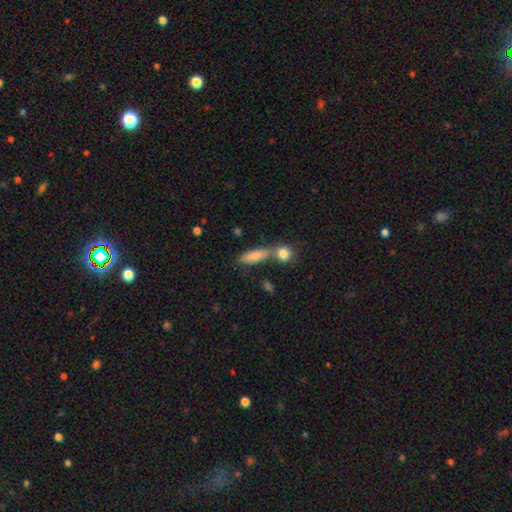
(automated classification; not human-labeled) Smooth or featured: smooth — 78% (featured or disk — 15%)
How rounded: in between — 51% (cigar-shaped — 45%)
Merging: none — 54% (merger — 29%)